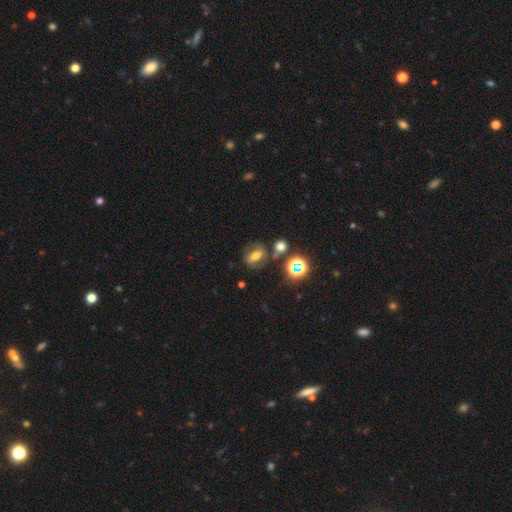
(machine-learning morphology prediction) smooth-or-featured: smooth: 41% | featured or disk: 35% | star or artifact: 23%
  merging: none: 62% | minor disturbance: 16% | merger: 15% | major disturbance: 8%